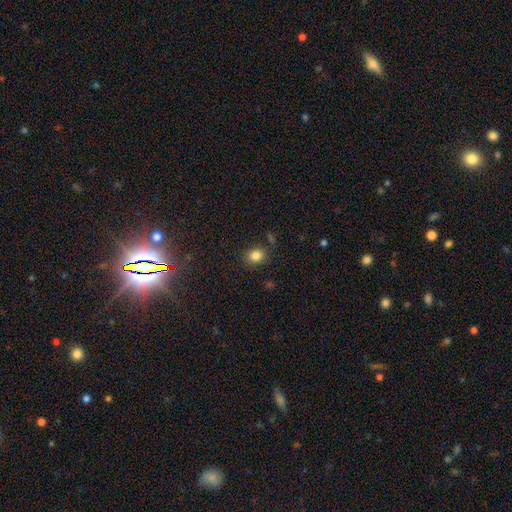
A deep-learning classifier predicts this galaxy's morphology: A smooth galaxy with no disk features (83%) that is round (61%).

Vote fractions:
- Smooth or featured? smooth: 83% / star or artifact: 11% / featured or disk: 5%
- How rounded? round: 61% / in between: 38% / cigar-shaped: 1%
- Merging? none: 82% / minor disturbance: 11% / major disturbance: 4% / merger: 3%